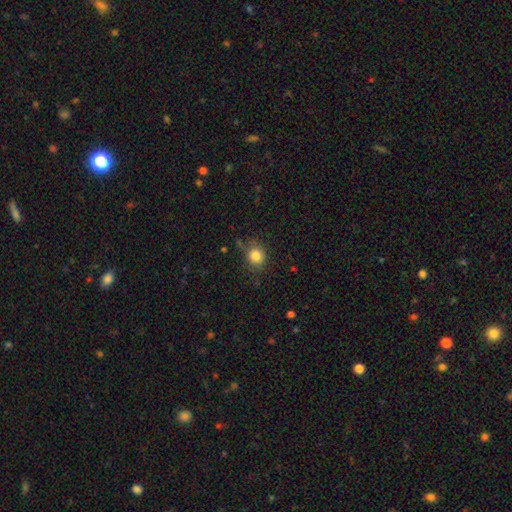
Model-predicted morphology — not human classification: Smooth or featured? Predicted: smooth (p=0.83). How rounded? Predicted: round (p=0.75). Merging? Predicted: none (p=0.78).